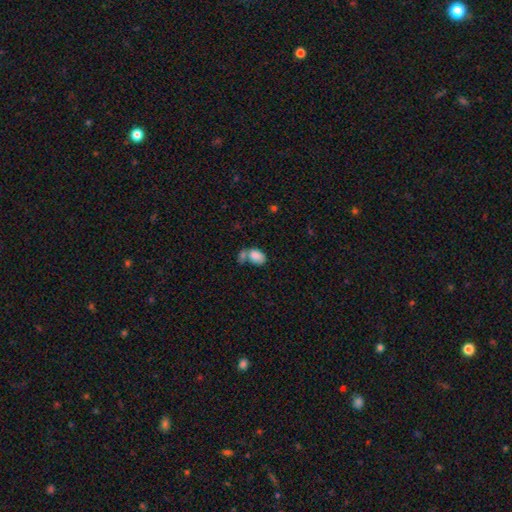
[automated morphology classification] A smooth galaxy with no disk features (83%) that is in between round and cigar-shaped (84%). Merging: merger (52%).